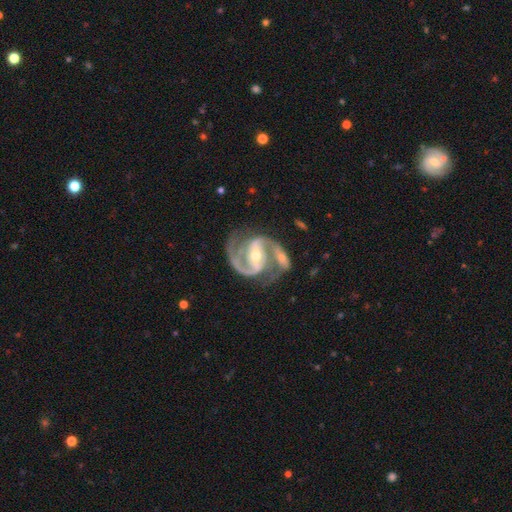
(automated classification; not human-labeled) Smooth or featured? featured or disk (93%)
Edge-on disk? no (98%)
Bar? strong (53%)
Spiral arms? yes (98%)
Spiral winding? medium (59%)
Spiral arm count? 2 (91%)
Bulge size? moderate (54%)
Merging? none (57%)